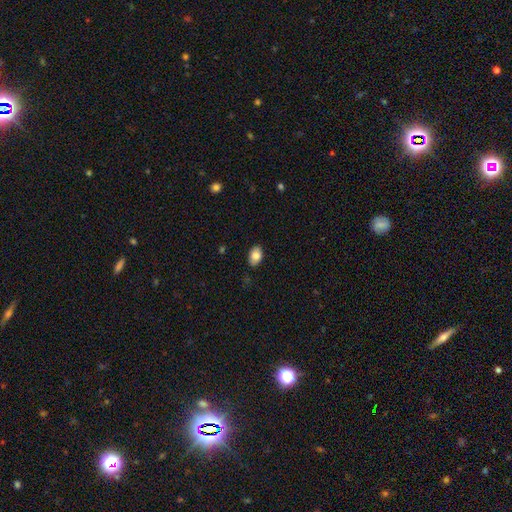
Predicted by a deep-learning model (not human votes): Smooth or featured? smooth (83%)
How rounded? in between (89%)
Merging? none (85%)